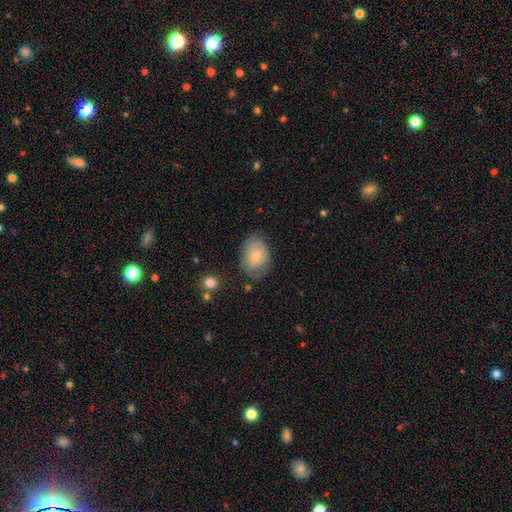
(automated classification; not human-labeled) Overall: smooth (66%; featured or disk 26%). How rounded: in between (78%). Merging: none (65%).